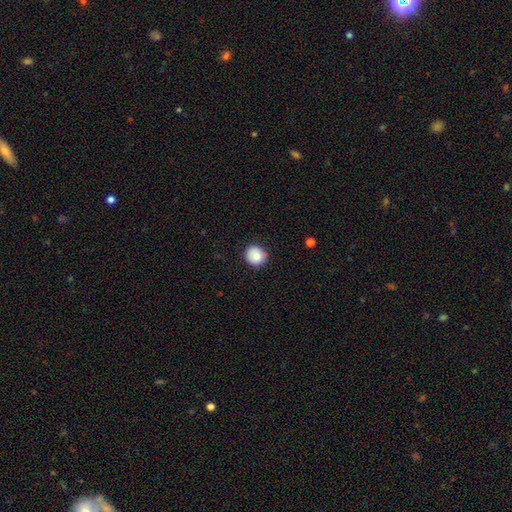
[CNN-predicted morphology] This appears to be a smooth galaxy with no disk features (84%) that is round (87%). Merging: none (85%).